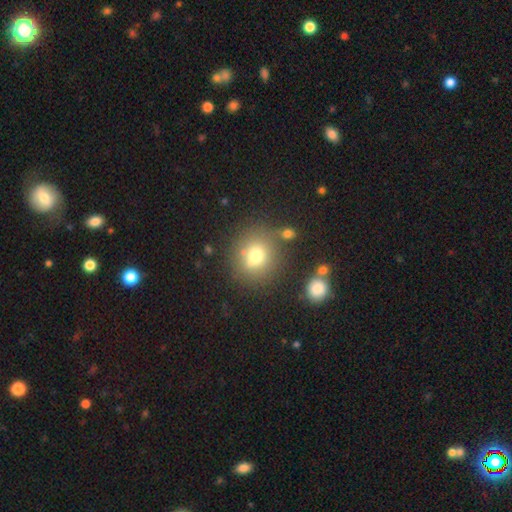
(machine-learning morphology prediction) Q: Smooth or featured?
A: smooth (73%); runner-up: star or artifact (15%)
Q: How rounded?
A: round (84%); runner-up: in between (14%)
Q: Merging?
A: none (72%); runner-up: minor disturbance (12%)